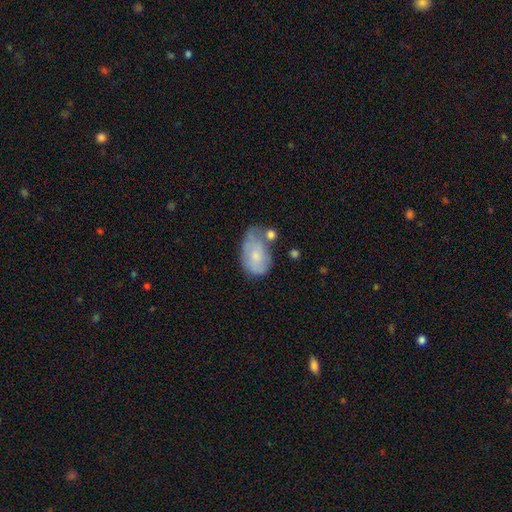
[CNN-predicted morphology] smooth_or_featured: smooth (p=0.61) [alt: featured or disk p=0.32]
how_rounded: in between (p=0.87) [alt: round p=0.12]
merging: minor disturbance (p=0.35) [alt: none p=0.30]